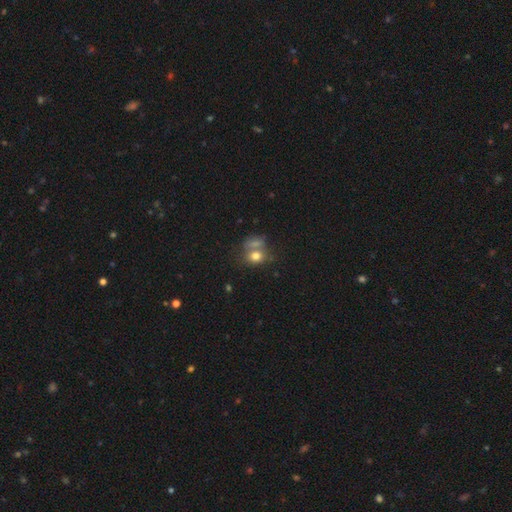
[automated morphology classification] Smooth or featured: smooth — 75% (featured or disk — 14%)
How rounded: round — 56% (in between — 43%)
Merging: merger — 49% (none — 34%)